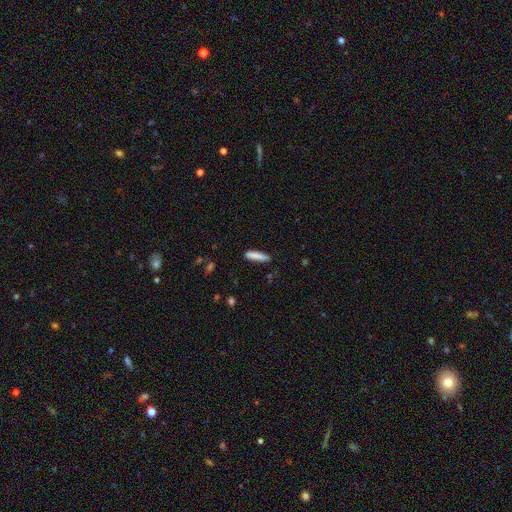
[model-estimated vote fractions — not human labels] This is clearly a smooth galaxy (84%). How rounded: clearly cigar-shaped (83%). Merging: clearly none (83%).